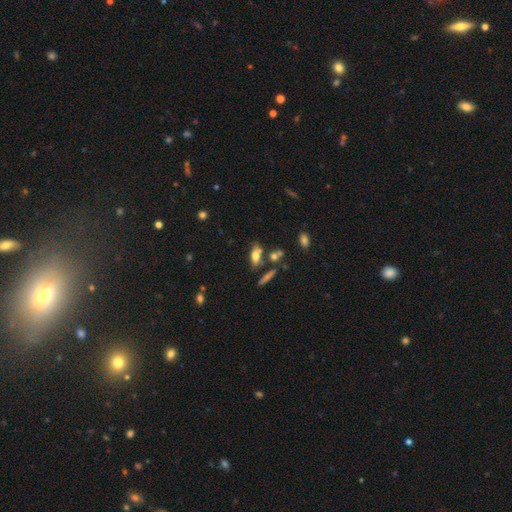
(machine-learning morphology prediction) Smooth or featured? smooth (64%)
How rounded? in between (73%)
Merging? none (59%)